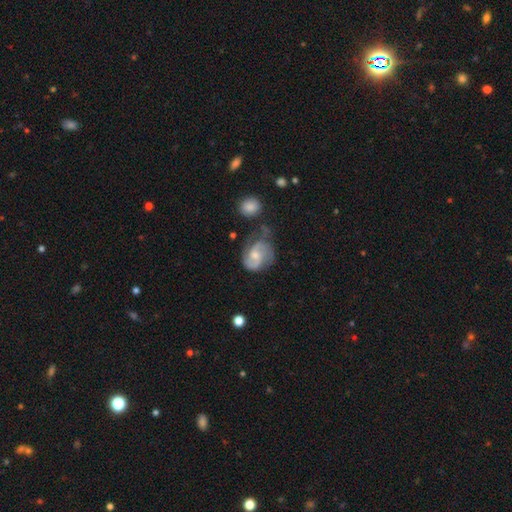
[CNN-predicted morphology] Smooth or featured? Predicted: featured or disk (p=0.75). Edge-on disk? Predicted: no (p=0.98). Bar? Predicted: no (p=0.48). Spiral arms? Predicted: yes (p=0.93). Spiral winding? Predicted: medium (p=0.52). Spiral arm count? Predicted: 2 (p=0.82). Bulge size? Predicted: moderate (p=0.49). Merging? Predicted: none (p=0.46).